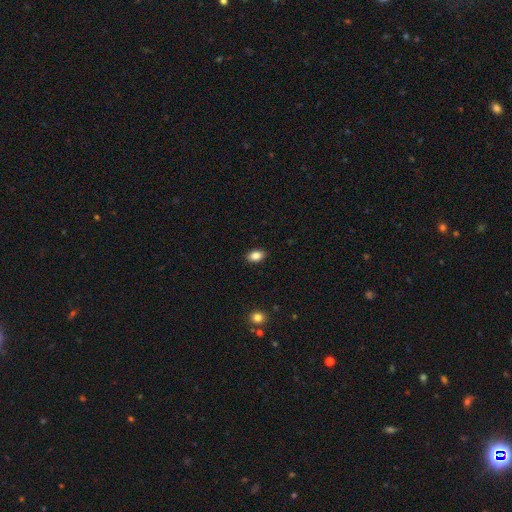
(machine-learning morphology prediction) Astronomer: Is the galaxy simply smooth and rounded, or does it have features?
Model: smooth — 86%.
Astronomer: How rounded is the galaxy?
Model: in between — 87%.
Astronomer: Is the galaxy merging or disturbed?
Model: none — 89%.